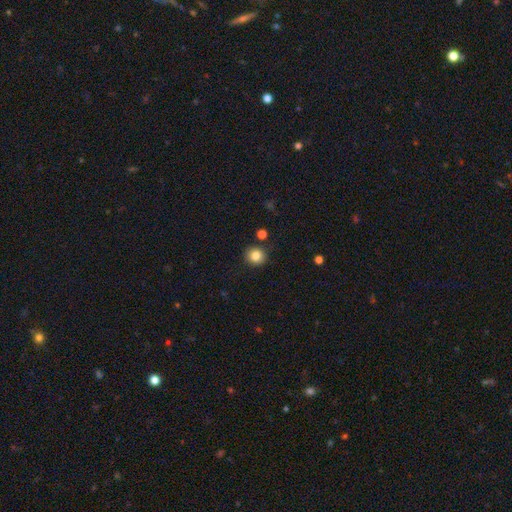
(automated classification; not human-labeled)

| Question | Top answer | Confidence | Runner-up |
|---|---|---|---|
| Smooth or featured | smooth | 83% | star or artifact (11%) |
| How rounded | round | 90% | in between (9%) |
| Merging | none | 88% | minor disturbance (7%) |